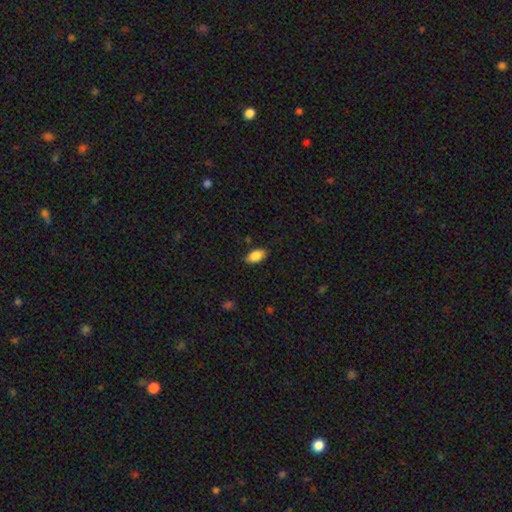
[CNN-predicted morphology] type=smooth (87%); roundness=in between (92%); merging=none (82%).